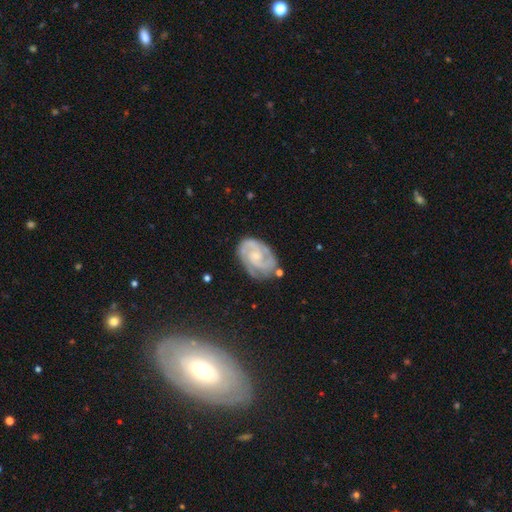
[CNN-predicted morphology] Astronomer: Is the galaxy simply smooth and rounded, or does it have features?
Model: featured or disk — 85%.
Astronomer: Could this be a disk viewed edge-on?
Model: no — 98%.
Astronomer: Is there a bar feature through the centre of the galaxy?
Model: no — 60%.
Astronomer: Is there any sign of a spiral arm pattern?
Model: yes — 97%.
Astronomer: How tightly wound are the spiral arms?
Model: tight — 57% (runner-up: medium, 36%).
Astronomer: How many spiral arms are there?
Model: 2 — 70%.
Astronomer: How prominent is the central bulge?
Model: small — 60%.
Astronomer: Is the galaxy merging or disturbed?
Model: none — 72%.